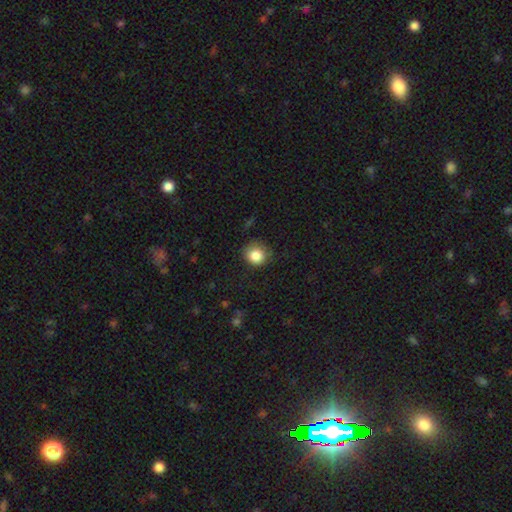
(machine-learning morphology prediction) Smooth or featured? Predicted: smooth (p=0.84). How rounded? Predicted: round (p=0.86). Merging? Predicted: none (p=0.79).